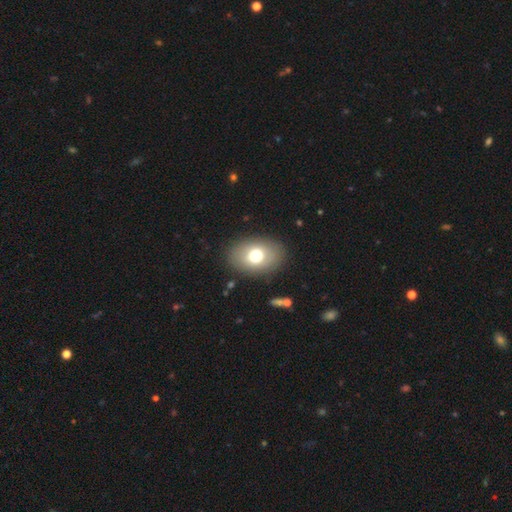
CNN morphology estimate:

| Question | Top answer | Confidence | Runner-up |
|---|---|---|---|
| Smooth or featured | smooth | 72% | featured or disk (19%) |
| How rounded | in between | 80% | round (19%) |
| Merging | none | 86% | minor disturbance (9%) |